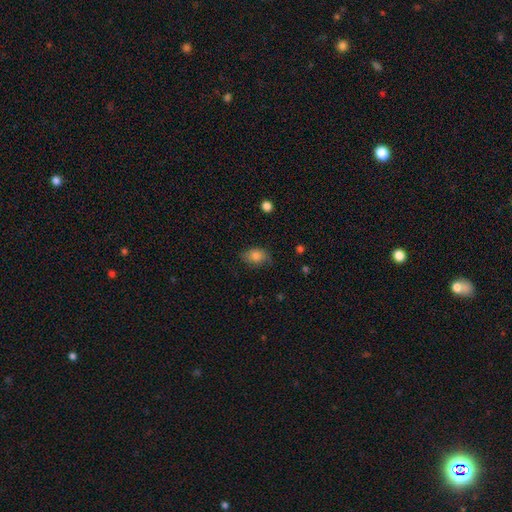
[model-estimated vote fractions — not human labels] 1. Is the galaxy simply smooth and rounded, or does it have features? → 82% smooth, 9% featured or disk, 9% star or artifact.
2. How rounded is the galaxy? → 75% in between, 23% round, 1% cigar-shaped.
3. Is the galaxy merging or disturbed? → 72% none, 21% minor disturbance, 5% major disturbance, 1% merger.